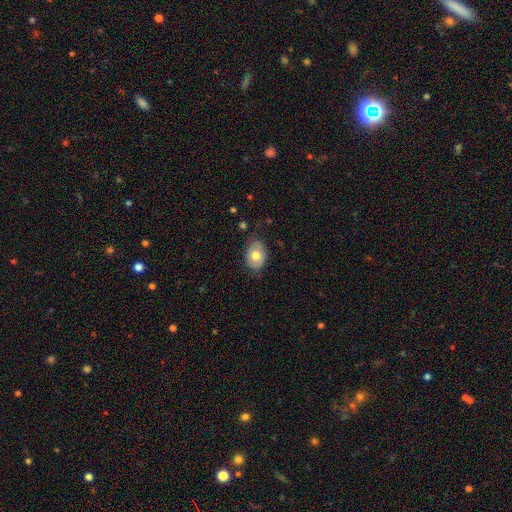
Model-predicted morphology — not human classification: This is likely a smooth galaxy (68%). How rounded: likely in between (74%). Merging: likely none (68%).